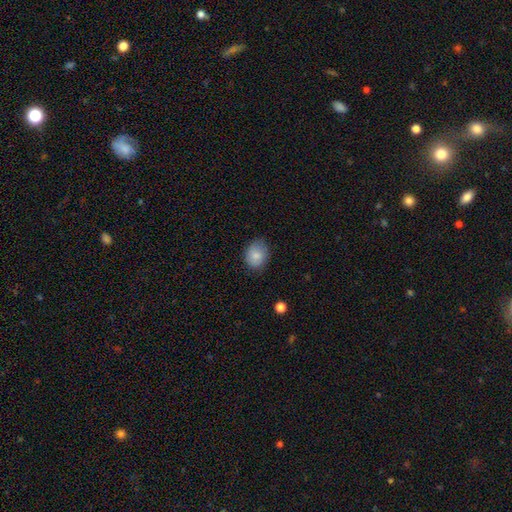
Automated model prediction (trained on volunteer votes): Smooth or featured: smooth — 85% (featured or disk — 8%)
How rounded: in between — 50% (round — 49%)
Merging: none — 75% (minor disturbance — 21%)